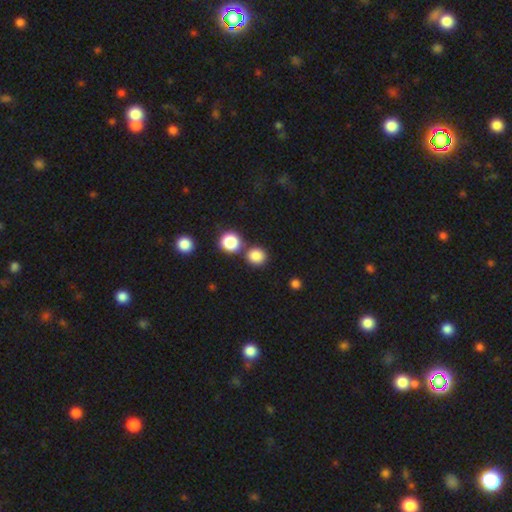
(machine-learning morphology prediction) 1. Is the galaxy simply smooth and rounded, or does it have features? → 84% smooth, 12% star or artifact, 4% featured or disk.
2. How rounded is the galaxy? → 87% round, 12% in between, 1% cigar-shaped.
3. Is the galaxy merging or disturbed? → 72% none, 17% merger, 8% minor disturbance, 3% major disturbance.